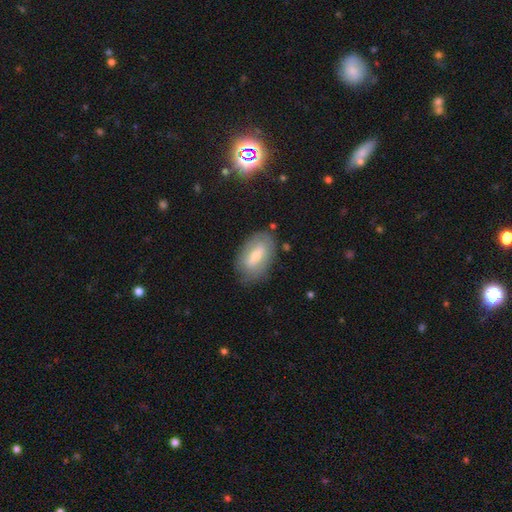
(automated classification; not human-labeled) Morphology: type=smooth (49%); merging=none (77%).